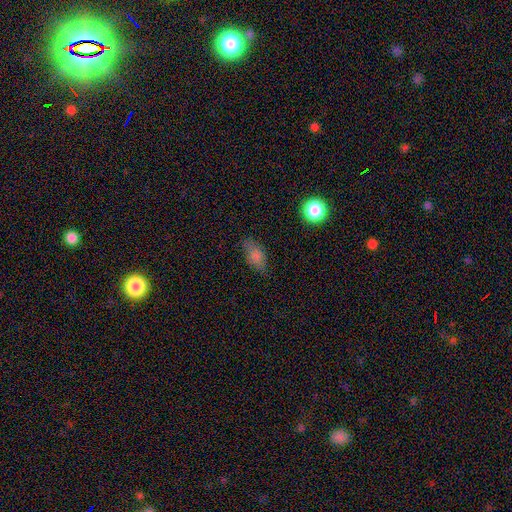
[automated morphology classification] smooth 78%, star or artifact 12%, featured or disk 10%. Down the decision tree: how rounded — in between (89%); merging — none (71%).